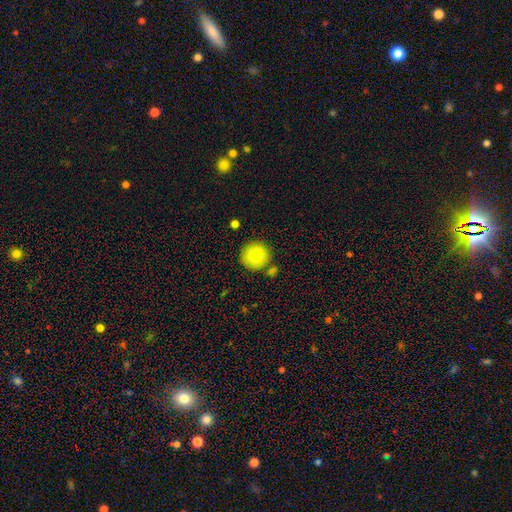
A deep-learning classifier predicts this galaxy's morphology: Q: Smooth or featured?
A: smooth (82%); runner-up: featured or disk (9%)
Q: How rounded?
A: round (95%); runner-up: in between (4%)
Q: Merging?
A: none (81%); runner-up: minor disturbance (9%)